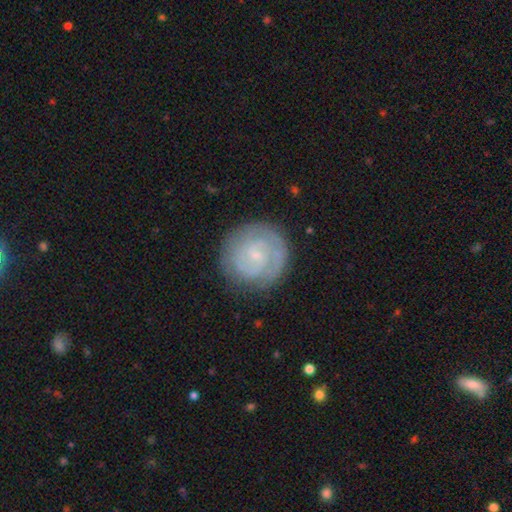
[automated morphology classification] Overall: featured or disk (75%). Edge-on disk: no (98%). Bar: no (52%; weak 41%). Spiral arms: yes (91%). Spiral arm count: 2 (50%; can't tell 25%). Spiral winding: tight (65%; medium 28%). Bulge size: small (79%). Merging: none (83%).